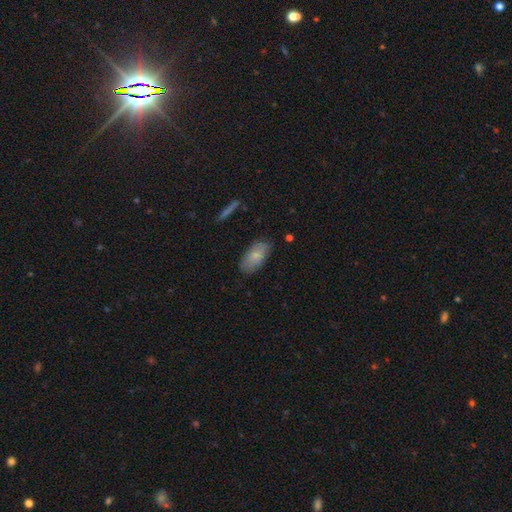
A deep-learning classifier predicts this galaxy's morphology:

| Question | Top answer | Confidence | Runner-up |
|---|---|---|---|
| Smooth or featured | smooth | 76% | featured or disk (18%) |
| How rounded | in between | 92% | cigar-shaped (6%) |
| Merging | none | 78% | minor disturbance (17%) |